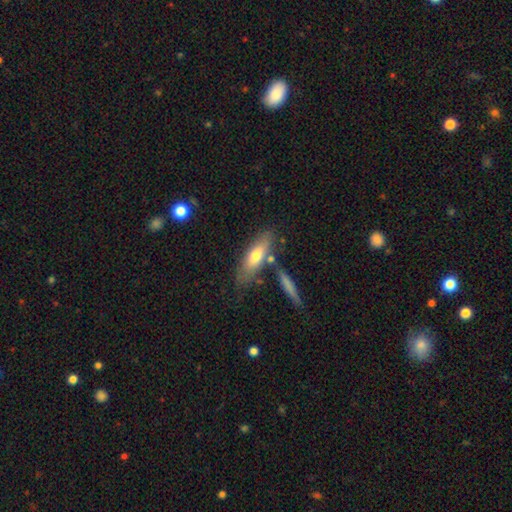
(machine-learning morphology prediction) Overall: smooth (65%; featured or disk 29%). How rounded: in between (58%; cigar-shaped 40%). Merging: none (65%).